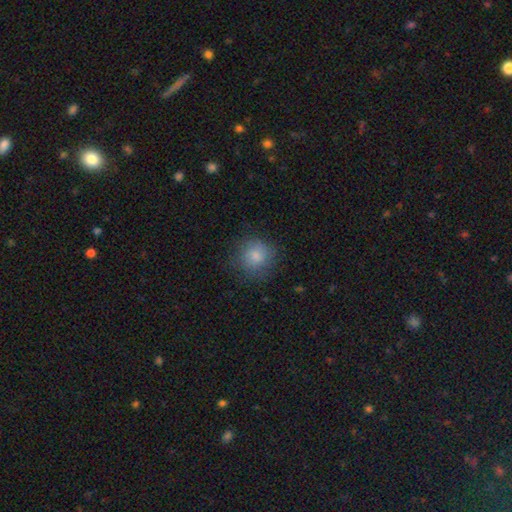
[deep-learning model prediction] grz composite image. It shows a smooth galaxy with no disk features (82%) that is round (89%). Merging: none (77%).